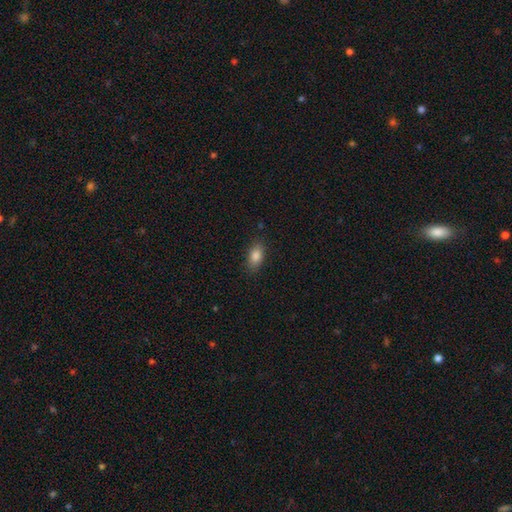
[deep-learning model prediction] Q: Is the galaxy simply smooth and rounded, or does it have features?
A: smooth — 85%.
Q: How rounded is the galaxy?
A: in between — 89%.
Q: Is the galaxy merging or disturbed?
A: none — 86%.